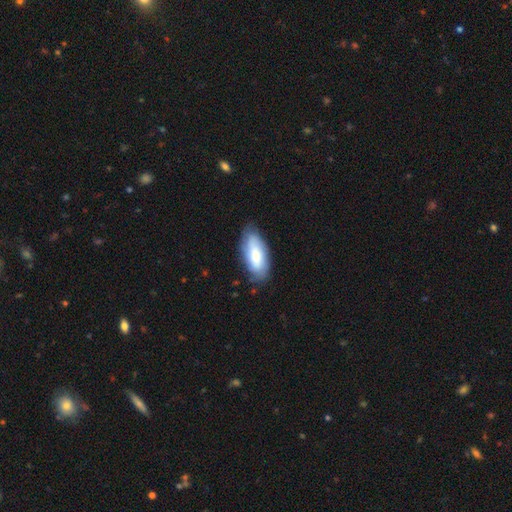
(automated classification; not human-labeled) A smooth galaxy with no disk features (66%) that is in between round and cigar-shaped (85%). Merging: none (74%).